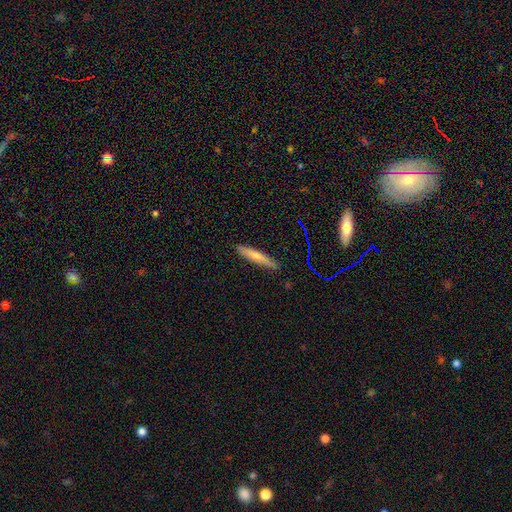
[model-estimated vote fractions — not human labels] Smooth or featured?
  - smooth: 55% *
  - featured or disk: 37%
  - star or artifact: 8%
How rounded?
  - cigar-shaped: 92% *
  - in between: 6%
  - round: 2%
Merging?
  - none: 88% *
  - minor disturbance: 9%
  - major disturbance: 2%
  - merger: 1%